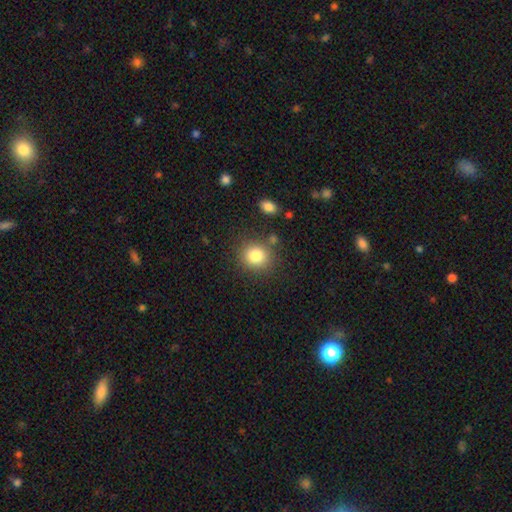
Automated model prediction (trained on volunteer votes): Morphology: type=smooth (82%); roundness=round (80%); merging=none (81%).